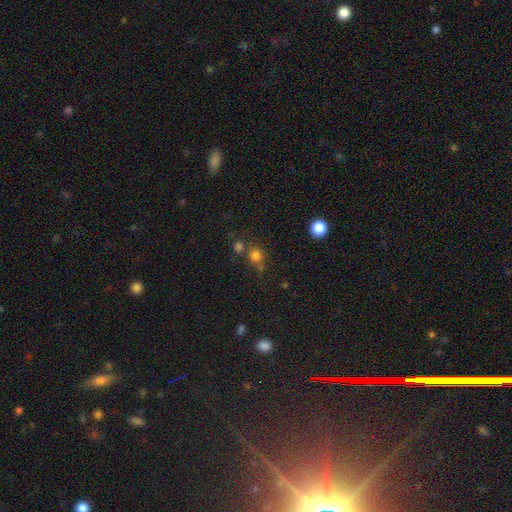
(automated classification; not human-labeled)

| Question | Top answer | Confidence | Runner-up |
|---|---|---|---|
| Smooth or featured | smooth | 77% | star or artifact (17%) |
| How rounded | round | 86% | in between (13%) |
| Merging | none | 62% | merger (22%) |